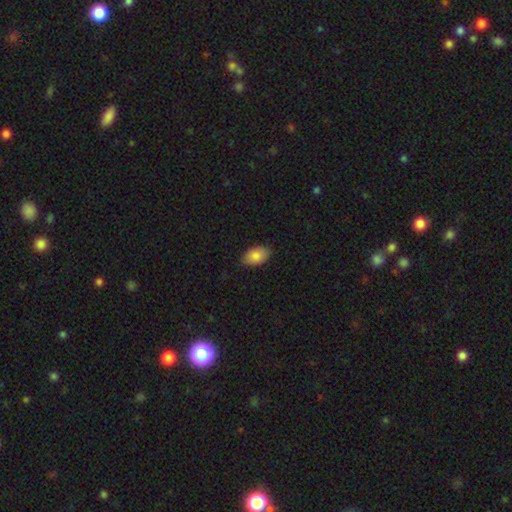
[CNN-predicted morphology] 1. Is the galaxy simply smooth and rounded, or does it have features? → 85% smooth, 8% featured or disk, 7% star or artifact.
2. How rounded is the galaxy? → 92% in between, 6% round, 2% cigar-shaped.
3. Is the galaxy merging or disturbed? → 84% none, 13% minor disturbance, 2% major disturbance, 1% merger.